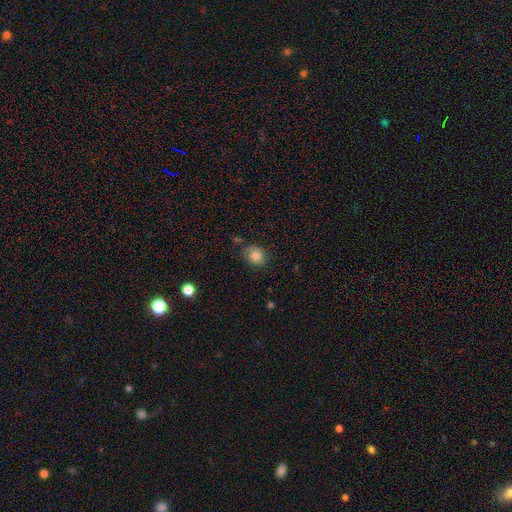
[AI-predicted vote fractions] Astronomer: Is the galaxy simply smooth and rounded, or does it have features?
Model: smooth — 83%.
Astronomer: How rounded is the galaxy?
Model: round — 70%.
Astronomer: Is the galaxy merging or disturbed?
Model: none — 75%.